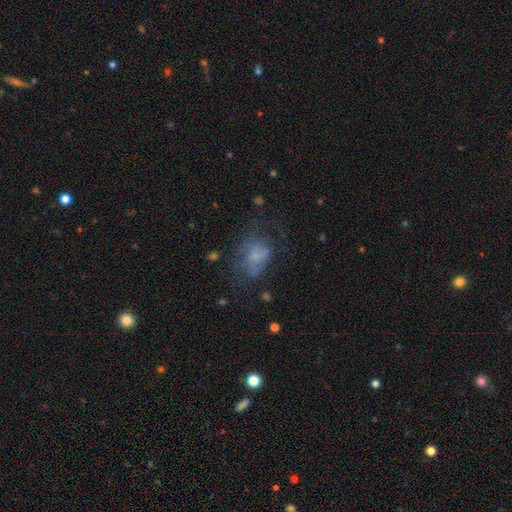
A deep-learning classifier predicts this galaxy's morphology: The model was most divided on "merging": none: 38%, major disturbance: 34%, minor disturbance: 24%, merger: 4%. More confident: how rounded — in between (67%); smooth or featured — smooth (54%).